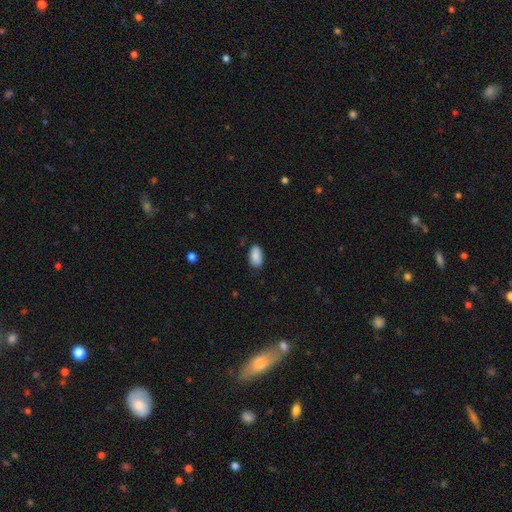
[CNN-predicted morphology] Smooth or featured: smooth — 87% (star or artifact — 7%)
How rounded: in between — 93% (round — 4%)
Merging: none — 75% (minor disturbance — 20%)